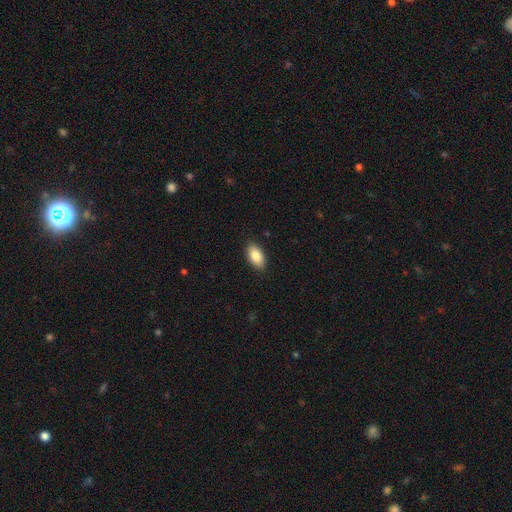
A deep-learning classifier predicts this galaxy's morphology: Smooth or featured?
  - smooth: 86% *
  - featured or disk: 7%
  - star or artifact: 7%
How rounded?
  - in between: 94% *
  - round: 4%
  - cigar-shaped: 2%
Merging?
  - none: 89% *
  - minor disturbance: 8%
  - major disturbance: 2%
  - merger: 1%